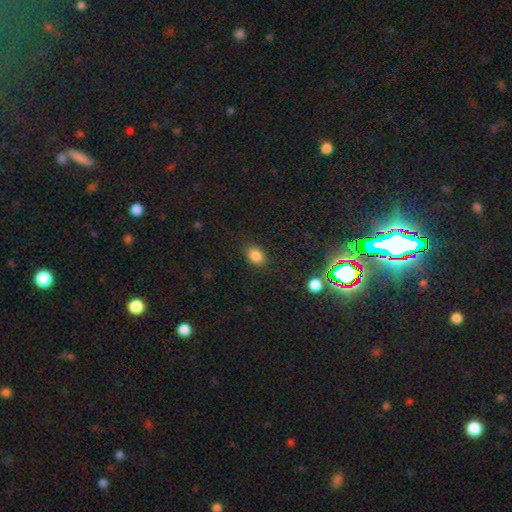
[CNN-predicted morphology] A smooth galaxy with no disk features (84%) that is in between round and cigar-shaped (71%). Merging: none (84%).